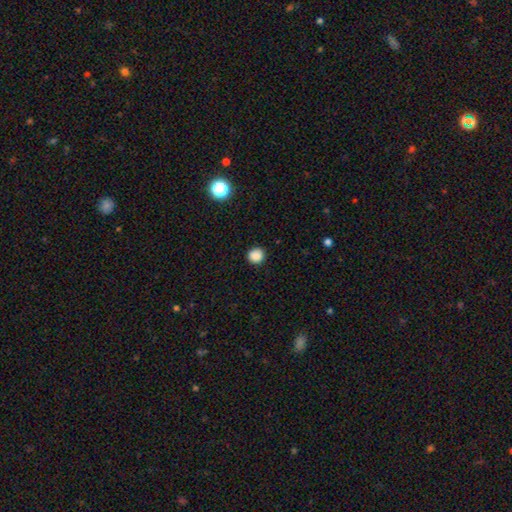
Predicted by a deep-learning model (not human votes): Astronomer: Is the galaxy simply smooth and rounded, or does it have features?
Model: smooth — 87%.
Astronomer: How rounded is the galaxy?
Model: round — 91%.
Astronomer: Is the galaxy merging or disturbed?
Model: none — 91%.